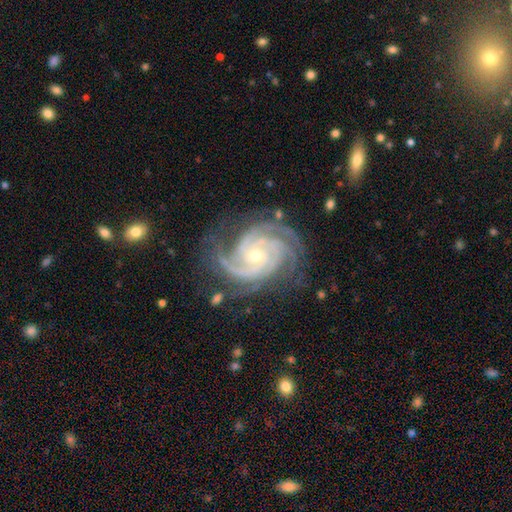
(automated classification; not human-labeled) smooth_or_featured: featured or disk (p=0.93) [alt: star or artifact p=0.04]
disk_edge_on: no (p=0.98) [alt: yes p=0.02]
bar: no (p=0.66) [alt: weak p=0.25]
has_spiral_arms: yes (p=0.99) [alt: no p=0.01]
spiral_winding: tight (p=0.70) [alt: medium p=0.27]
spiral_arm_count: 4 (p=0.38) [alt: 3 p=0.31]
bulge_size: small (p=0.65) [alt: moderate p=0.32]
merging: none (p=0.73) [alt: minor disturbance p=0.18]